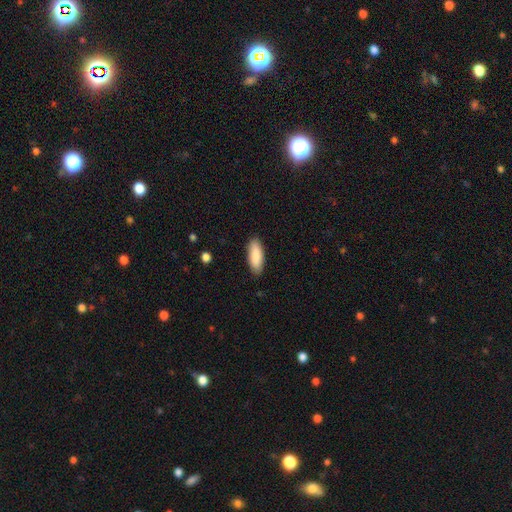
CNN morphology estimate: type=smooth (88%); roundness=in between (74%); merging=none (87%).